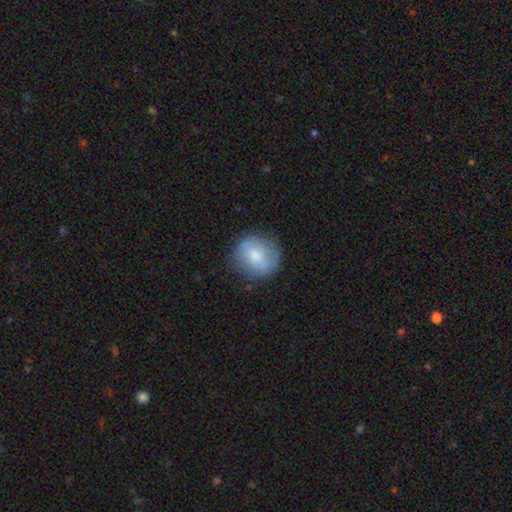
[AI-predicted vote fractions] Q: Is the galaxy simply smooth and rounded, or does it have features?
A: smooth — 71%.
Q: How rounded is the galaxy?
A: round — 83%.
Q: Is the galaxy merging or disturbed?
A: none — 79%.